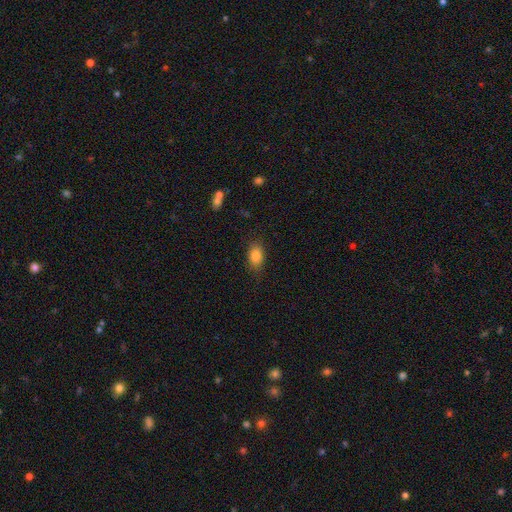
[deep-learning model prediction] smooth_or_featured: smooth (p=0.85) [alt: star or artifact p=0.09]
how_rounded: in between (p=0.83) [alt: round p=0.14]
merging: none (p=0.81) [alt: minor disturbance p=0.14]